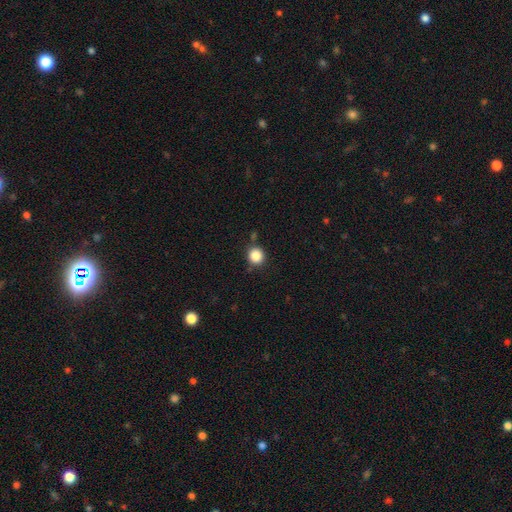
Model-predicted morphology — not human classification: A smooth galaxy with no disk features (86%) that is round (91%). Merging: none (84%).